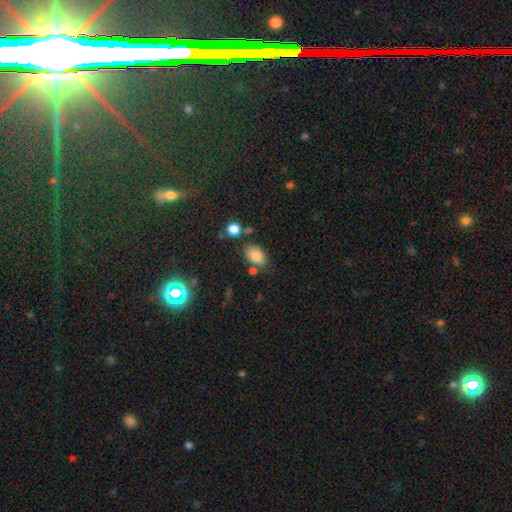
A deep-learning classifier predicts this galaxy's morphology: Smooth or featured: smooth — 83% (star or artifact — 10%)
How rounded: in between — 85% (round — 13%)
Merging: none — 69% (minor disturbance — 17%)